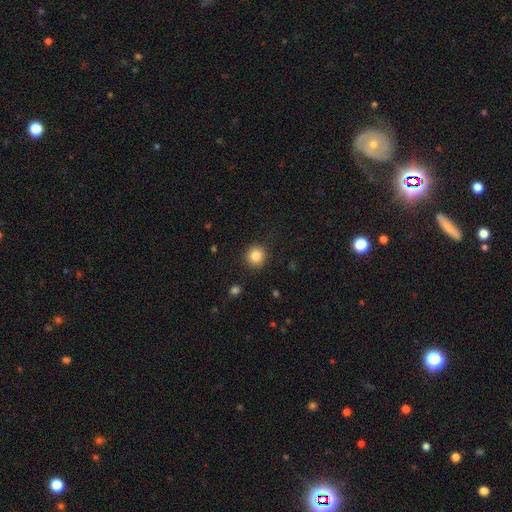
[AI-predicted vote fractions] Smooth or featured?
  - smooth: 85% *
  - star or artifact: 10%
  - featured or disk: 5%
How rounded?
  - round: 93% *
  - in between: 6%
  - cigar-shaped: 1%
Merging?
  - none: 90% *
  - minor disturbance: 7%
  - major disturbance: 2%
  - merger: 1%